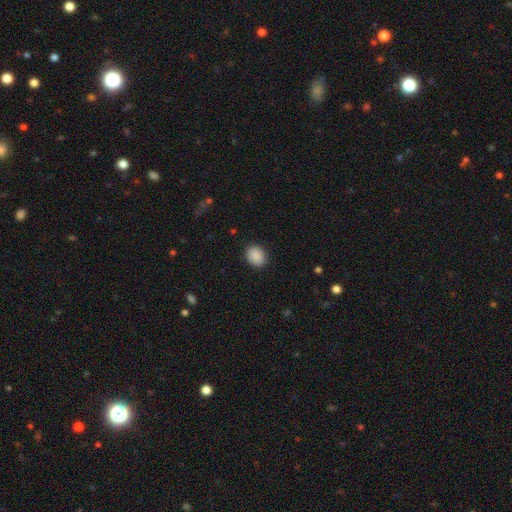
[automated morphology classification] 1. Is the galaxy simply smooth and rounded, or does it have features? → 89% smooth, 8% star or artifact, 3% featured or disk.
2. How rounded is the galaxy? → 52% round, 47% in between, 1% cigar-shaped.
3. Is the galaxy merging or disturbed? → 88% none, 8% minor disturbance, 2% major disturbance, 1% merger.